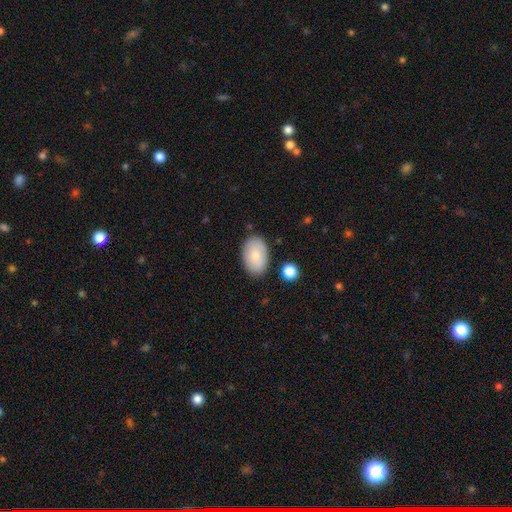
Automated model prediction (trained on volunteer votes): This appears to be a smooth galaxy with no disk features (84%) that is in between round and cigar-shaped (92%). Merging: none (83%).